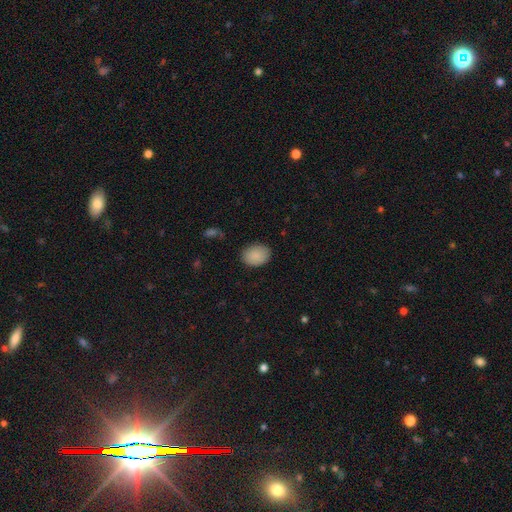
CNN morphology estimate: The model was most divided on "how rounded": in between: 68%, round: 32%, cigar-shaped: 1%. More confident: smooth or featured — smooth (89%); merging — none (86%).